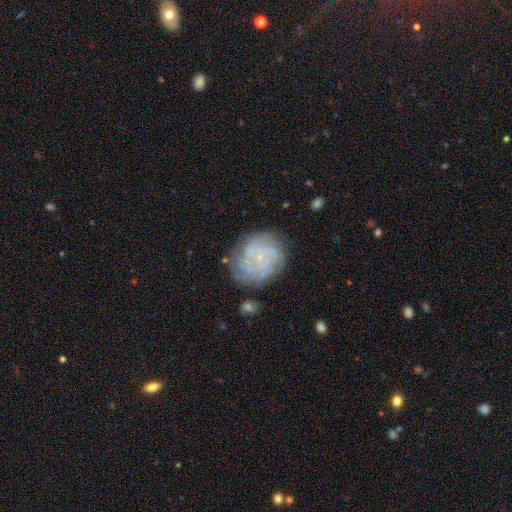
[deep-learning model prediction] smooth-or-featured: featured or disk: 52% | smooth: 29% | star or artifact: 19%
  disk-edge-on: no: 97% | yes: 3%
    bar: no: 72% | weak: 23% | strong: 5%
    has-spiral-arms: yes: 79% | no: 21%
    bulge-size: small: 72% | none: 14% | moderate: 12% | large: 1% | dominant: 1%
  merging: none: 77% | minor disturbance: 15% | major disturbance: 6% | merger: 3%